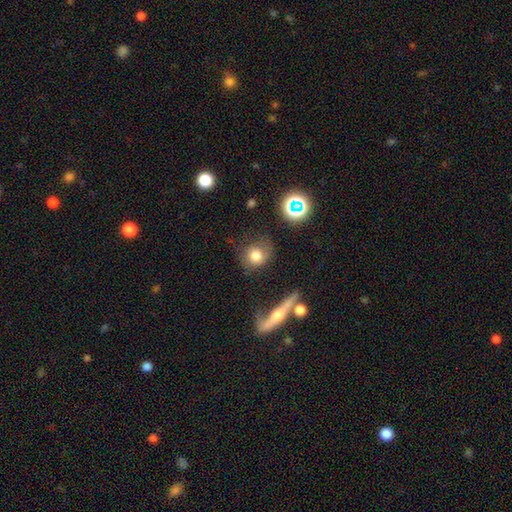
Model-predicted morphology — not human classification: This is likely a smooth galaxy (71%). How rounded: likely round (79%). Merging: possibly none (60%).